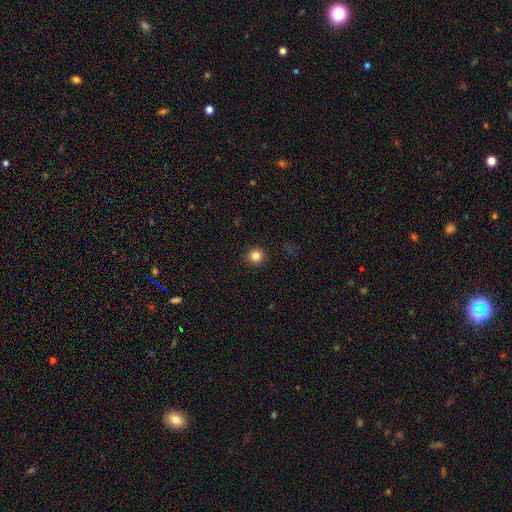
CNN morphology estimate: This is clearly a smooth galaxy (84%). How rounded: clearly round (94%). Merging: clearly none (92%).